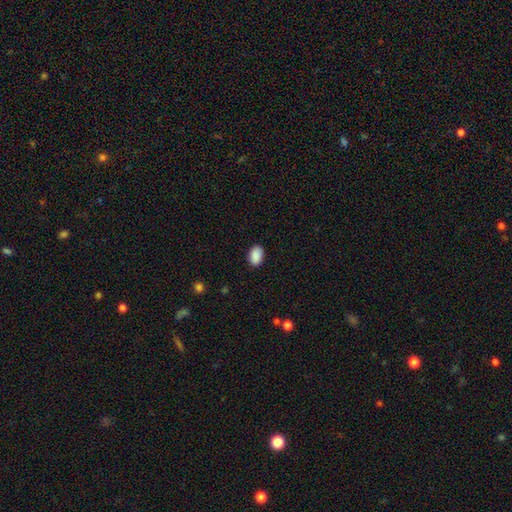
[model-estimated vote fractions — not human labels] Smooth or featured?
  - smooth: 90% *
  - star or artifact: 7%
  - featured or disk: 3%
How rounded?
  - in between: 88% *
  - round: 11%
  - cigar-shaped: 1%
Merging?
  - none: 88% *
  - minor disturbance: 9%
  - major disturbance: 2%
  - merger: 1%